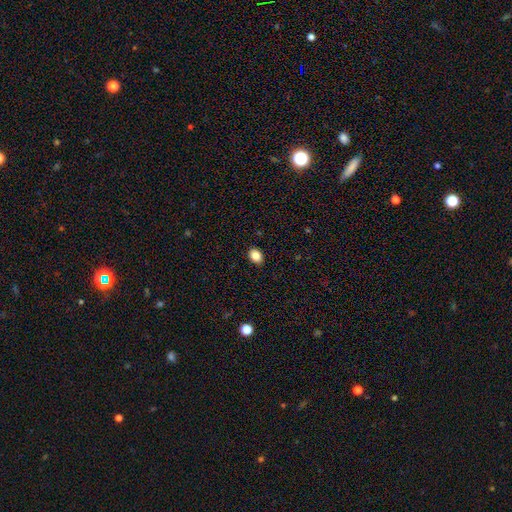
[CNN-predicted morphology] Q: Smooth or featured?
A: smooth (86%); runner-up: star or artifact (9%)
Q: How rounded?
A: in between (68%); runner-up: round (31%)
Q: Merging?
A: none (90%); runner-up: minor disturbance (8%)